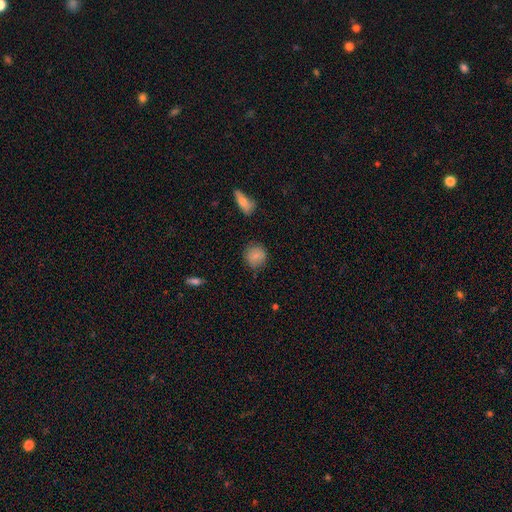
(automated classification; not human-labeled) A smooth galaxy with no disk features (83%) that is round (86%).

Vote fractions:
- Smooth or featured? smooth: 83% / star or artifact: 9% / featured or disk: 7%
- How rounded? round: 86% / in between: 13% / cigar-shaped: 1%
- Merging? none: 78% / minor disturbance: 16% / major disturbance: 4% / merger: 2%